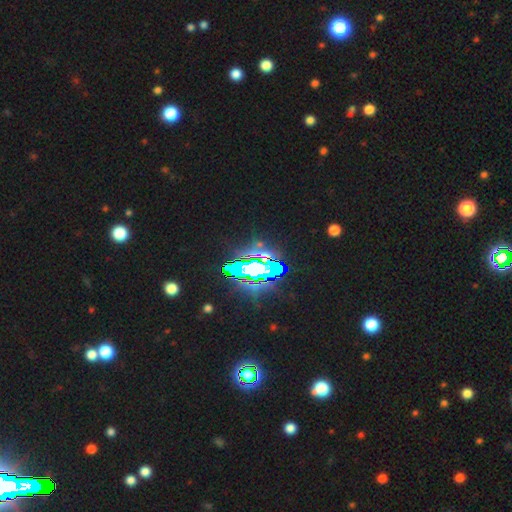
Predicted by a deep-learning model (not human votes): A star or artifact, not a galaxy (69%).

Vote fractions:
- Smooth or featured? star or artifact: 69% / smooth: 17% / featured or disk: 14%